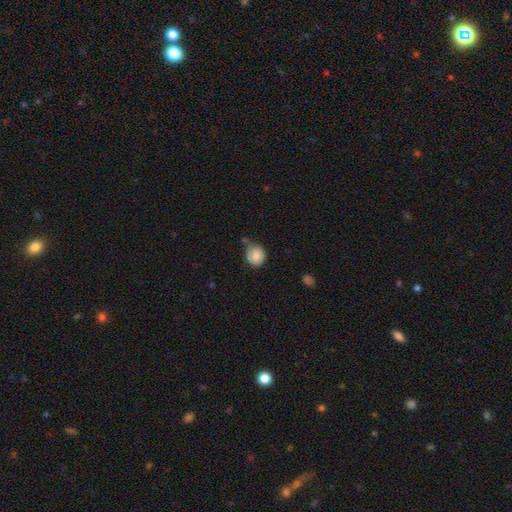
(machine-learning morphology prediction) Q: Smooth or featured?
A: smooth (83%); runner-up: featured or disk (9%)
Q: How rounded?
A: round (79%); runner-up: in between (20%)
Q: Merging?
A: none (57%); runner-up: minor disturbance (27%)